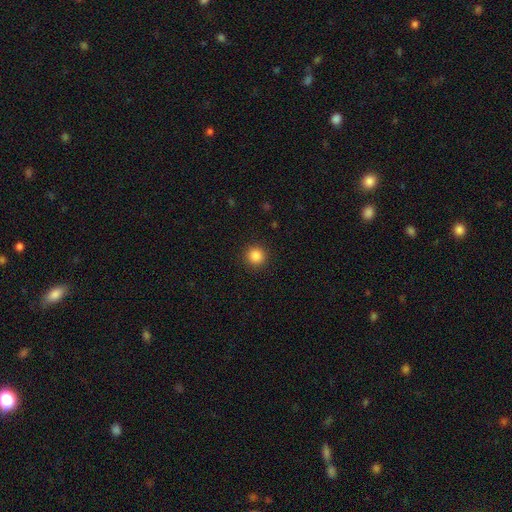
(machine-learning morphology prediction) smooth-or-featured: smooth: 86% | star or artifact: 11% | featured or disk: 3%
  how-rounded: round: 95% | in between: 4% | cigar-shaped: 1%
  merging: none: 92% | minor disturbance: 5% | major disturbance: 2% | merger: 1%